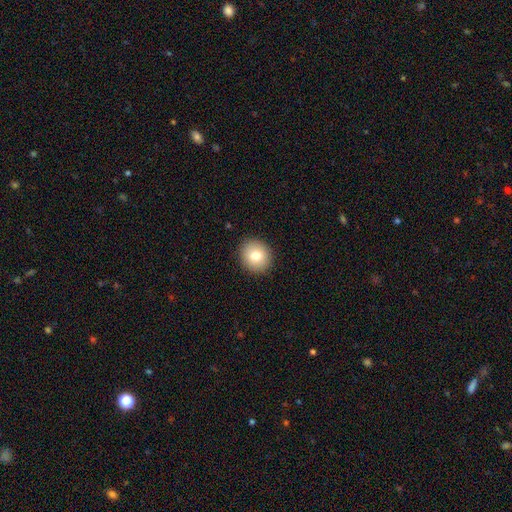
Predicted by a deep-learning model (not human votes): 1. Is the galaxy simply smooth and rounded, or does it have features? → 79% smooth, 12% featured or disk, 10% star or artifact.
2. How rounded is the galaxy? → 85% round, 14% in between, 1% cigar-shaped.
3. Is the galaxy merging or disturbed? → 91% none, 6% minor disturbance, 2% major disturbance, 1% merger.